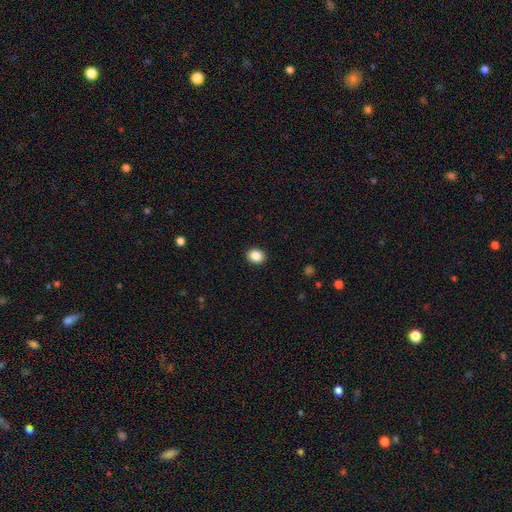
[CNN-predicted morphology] This is clearly a smooth galaxy (87%). How rounded: likely round (60%). Merging: clearly none (92%).